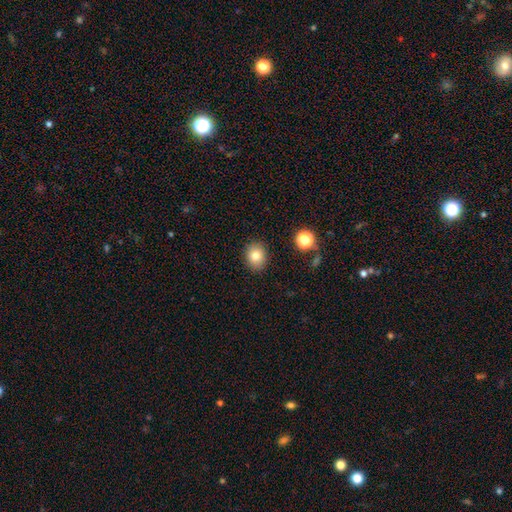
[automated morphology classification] Smooth or featured?
  - smooth: 79% *
  - star or artifact: 11%
  - featured or disk: 9%
How rounded?
  - round: 60% *
  - in between: 39%
  - cigar-shaped: 1%
Merging?
  - none: 88% *
  - minor disturbance: 8%
  - major disturbance: 2%
  - merger: 2%